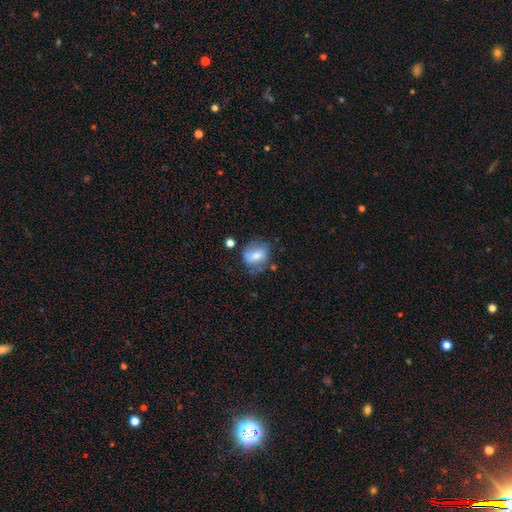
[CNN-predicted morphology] The model was most divided on "how rounded": in between: 54%, round: 44%, cigar-shaped: 2%. More confident: smooth or featured — smooth (65%); merging — none (56%).